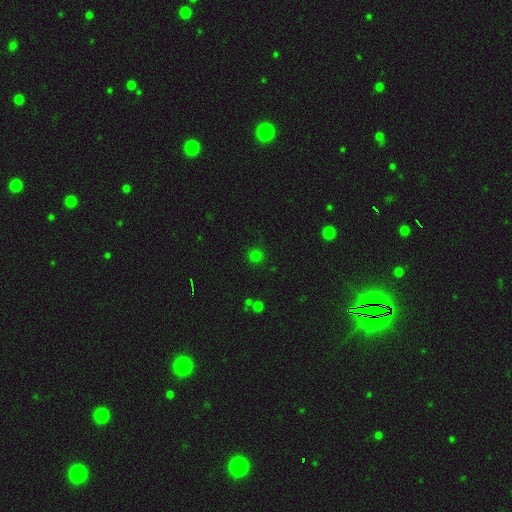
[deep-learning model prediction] This appears to be a smooth galaxy with no disk features (75%) that is round (93%). Merging: none (88%).